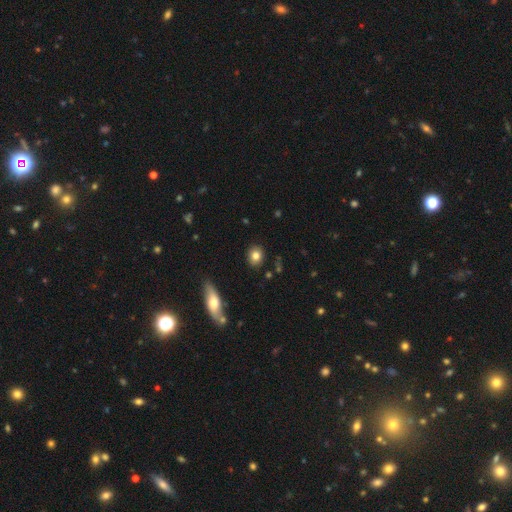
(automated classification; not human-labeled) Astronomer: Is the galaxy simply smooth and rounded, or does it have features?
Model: smooth — 81%.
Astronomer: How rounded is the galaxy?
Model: round — 67%.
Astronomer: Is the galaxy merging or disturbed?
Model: none — 88%.